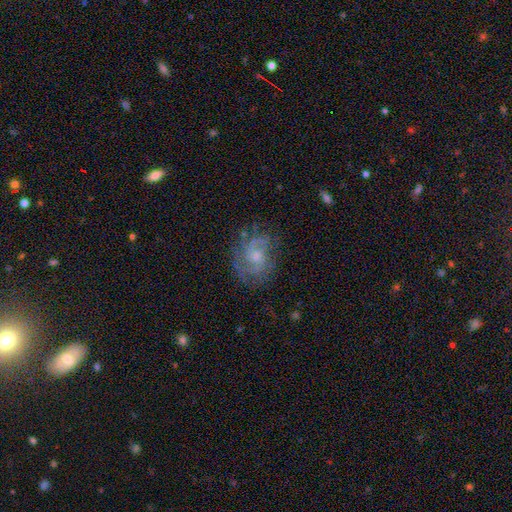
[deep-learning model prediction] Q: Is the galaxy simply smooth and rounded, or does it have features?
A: featured or disk — 75%.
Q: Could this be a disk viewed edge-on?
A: no — 98%.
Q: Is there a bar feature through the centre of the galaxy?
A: no — 67%.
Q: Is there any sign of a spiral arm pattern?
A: yes — 88%.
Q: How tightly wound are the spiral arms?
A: medium — 46%.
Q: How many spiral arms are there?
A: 2 — 51%.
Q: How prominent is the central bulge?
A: small — 49%.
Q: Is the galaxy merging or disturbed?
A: none — 67%.